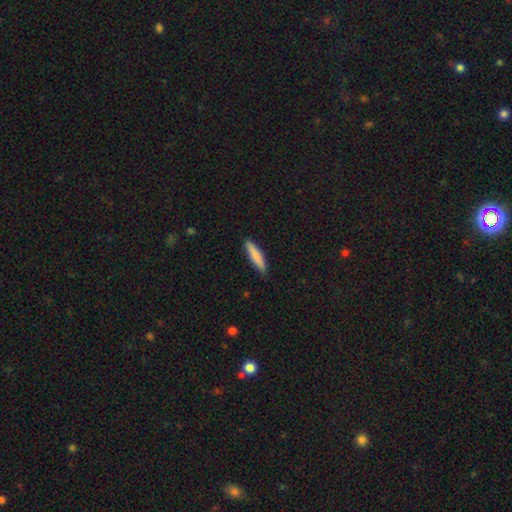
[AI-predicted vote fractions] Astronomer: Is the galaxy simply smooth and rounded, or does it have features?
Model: smooth — 80%.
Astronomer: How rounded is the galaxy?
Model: cigar-shaped — 85%.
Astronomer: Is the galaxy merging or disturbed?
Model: none — 85%.